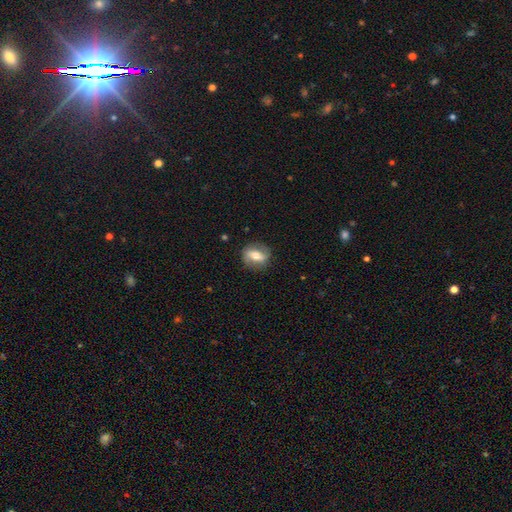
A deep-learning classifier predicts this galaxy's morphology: Smooth or featured?
  - featured or disk: 52% *
  - smooth: 40%
  - star or artifact: 7%
Edge-on disk?
  - no: 91% *
  - yes: 9%
Merging?
  - none: 83% *
  - minor disturbance: 12%
  - major disturbance: 4%
  - merger: 1%